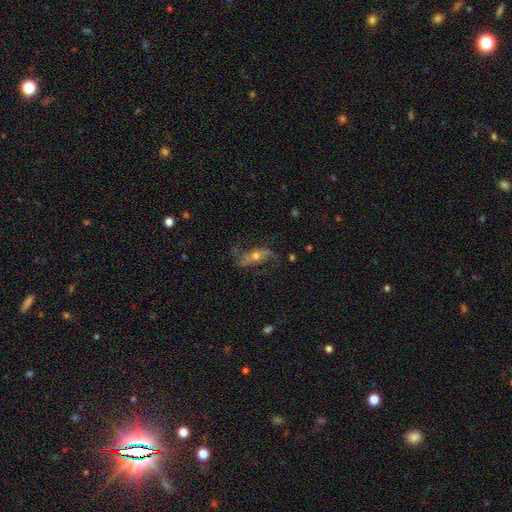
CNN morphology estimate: Q: Smooth or featured?
A: featured or disk (69%); runner-up: smooth (21%)
Q: Edge-on disk?
A: no (84%); runner-up: yes (16%)
Q: Bar?
A: no (55%); runner-up: weak (25%)
Q: Spiral arms?
A: yes (83%); runner-up: no (17%)
Q: Bulge size?
A: moderate (59%); runner-up: small (31%)
Q: Merging?
A: none (59%); runner-up: minor disturbance (20%)